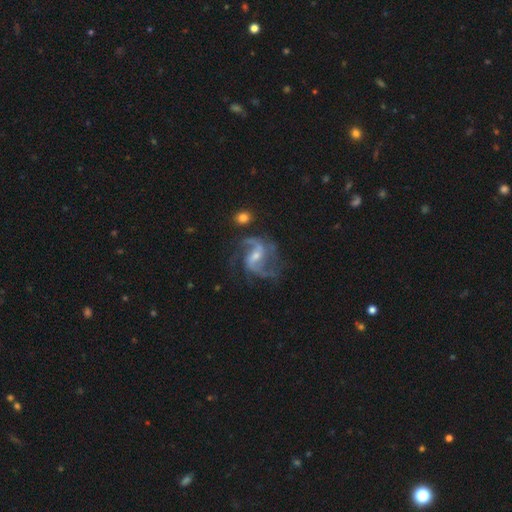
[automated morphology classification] Smooth or featured? Predicted: featured or disk (p=0.90). Edge-on disk? Predicted: no (p=0.98). Bar? Predicted: weak (p=0.49). Spiral arms? Predicted: yes (p=0.97). Spiral winding? Predicted: medium (p=0.50). Spiral arm count? Predicted: 2 (p=0.71). Bulge size? Predicted: small (p=0.56). Merging? Predicted: none (p=0.62).